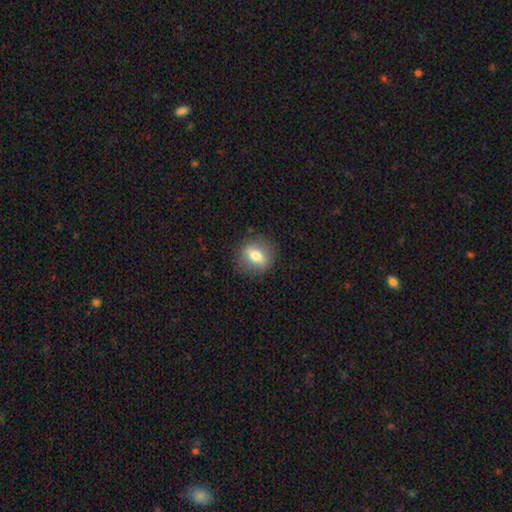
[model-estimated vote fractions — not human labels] A smooth galaxy with no disk features (64%) that is round (55%).

Vote fractions:
- Smooth or featured? smooth: 64% / featured or disk: 28% / star or artifact: 8%
- How rounded? round: 55% / in between: 40% / cigar-shaped: 5%
- Merging? none: 86% / minor disturbance: 10% / major disturbance: 3% / merger: 1%